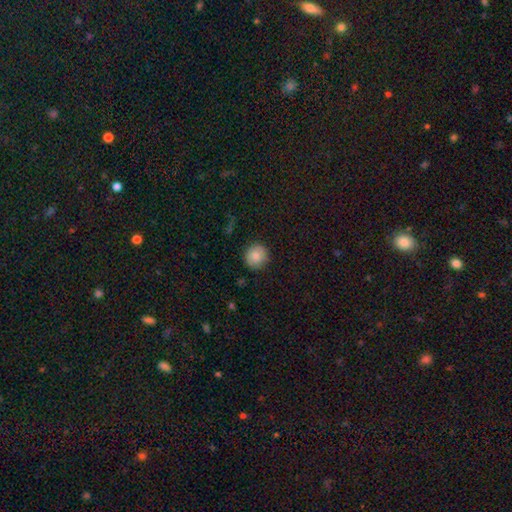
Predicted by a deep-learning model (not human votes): This is clearly a smooth galaxy (83%). How rounded: clearly round (91%). Merging: clearly none (86%).